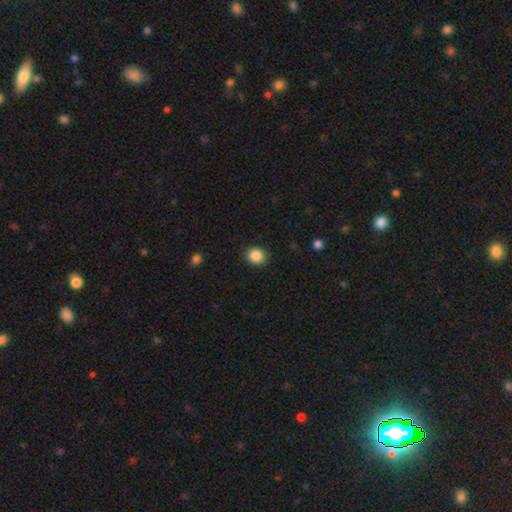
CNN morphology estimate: The model was most divided on "how rounded": round: 71%, in between: 28%, cigar-shaped: 1%. More confident: merging — none (90%); smooth or featured — smooth (87%).